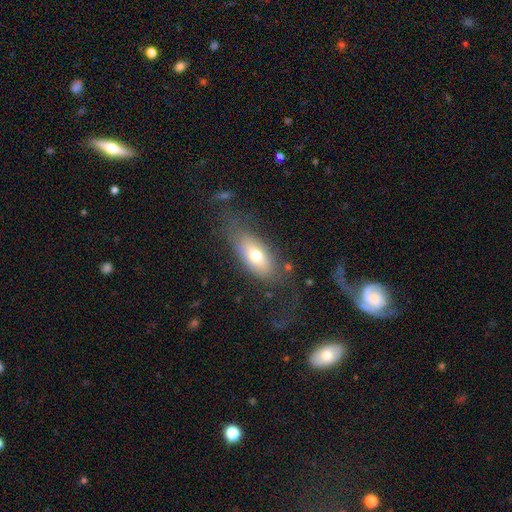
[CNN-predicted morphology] This is likely a smooth galaxy (67%). How rounded: clearly in between (84%). Merging: possibly none (59%).